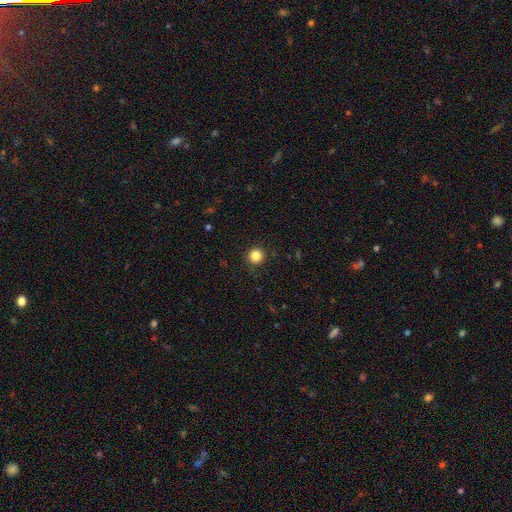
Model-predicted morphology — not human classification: Overall: smooth (84%). How rounded: round (95%). Merging: none (90%).